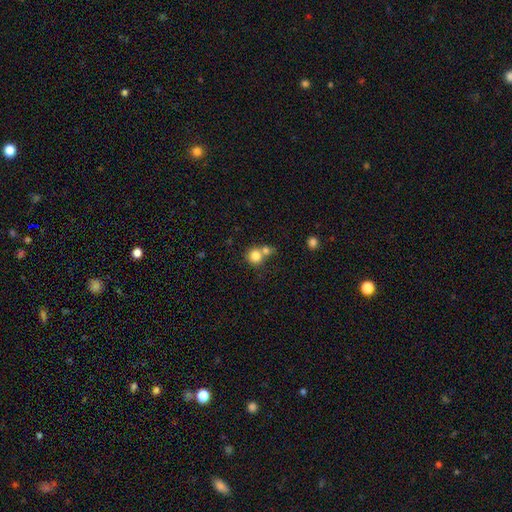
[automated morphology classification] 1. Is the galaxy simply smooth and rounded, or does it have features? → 80% smooth, 10% star or artifact, 9% featured or disk.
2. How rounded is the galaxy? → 87% round, 12% in between, 1% cigar-shaped.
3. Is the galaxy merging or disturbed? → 46% merger, 43% none, 7% minor disturbance, 3% major disturbance.